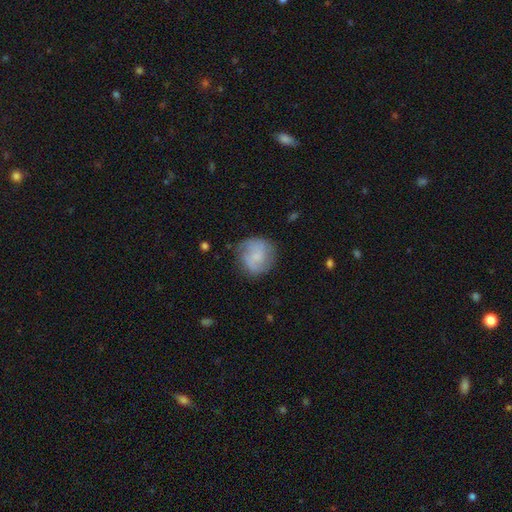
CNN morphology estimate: A featured or disk galaxy (47%).

Vote fractions:
- Smooth or featured? featured or disk: 47% / smooth: 45% / star or artifact: 8%
- Merging? none: 71% / minor disturbance: 20% / major disturbance: 7% / merger: 2%